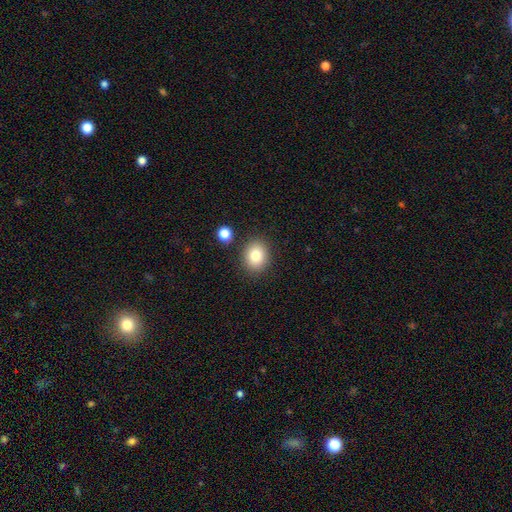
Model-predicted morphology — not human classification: This is clearly a smooth galaxy (81%). How rounded: likely round (60%). Merging: clearly none (86%).